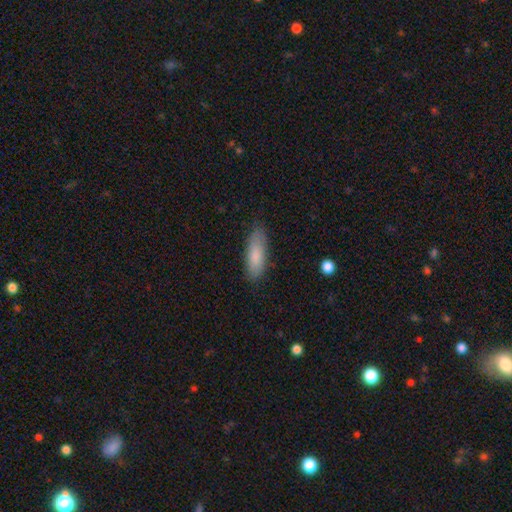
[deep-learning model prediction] smooth-or-featured: smooth: 84% | featured or disk: 10% | star or artifact: 6%
  how-rounded: in between: 57% | cigar-shaped: 41% | round: 2%
  merging: none: 83% | minor disturbance: 14% | major disturbance: 3% | merger: 1%